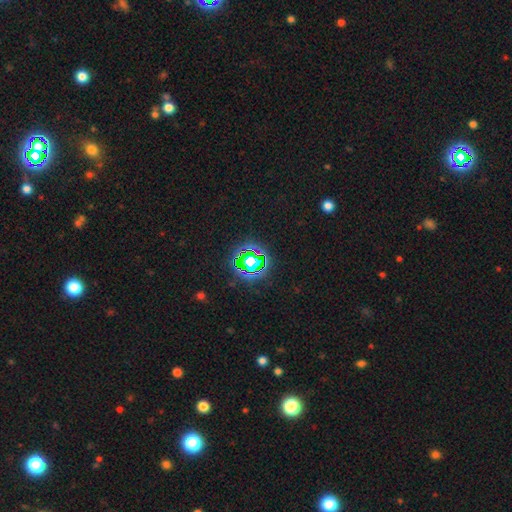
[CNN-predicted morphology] type=star or artifact (70%).